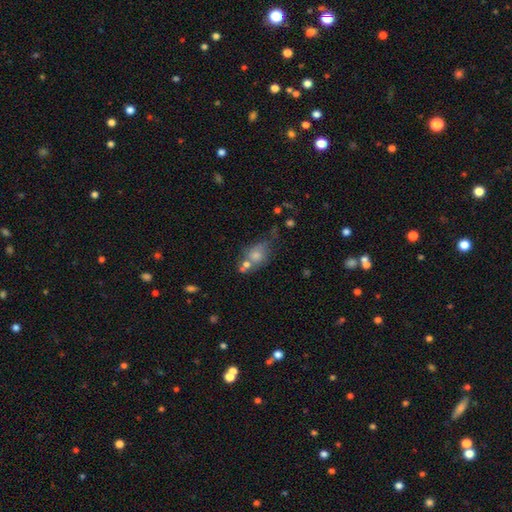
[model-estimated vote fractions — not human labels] The model was most divided on "merging": none: 45%, merger: 27%, minor disturbance: 19%, major disturbance: 10%. More confident: smooth or featured — smooth (62%); how rounded — in between (59%).